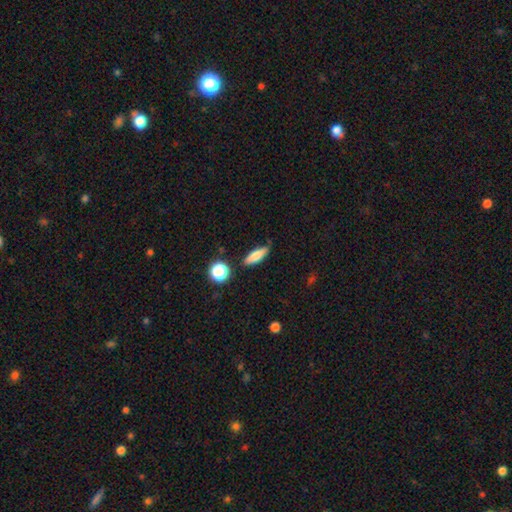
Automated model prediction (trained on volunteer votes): Smooth or featured? Predicted: smooth (p=0.73). How rounded? Predicted: cigar-shaped (p=0.51). Merging? Predicted: none (p=0.79).